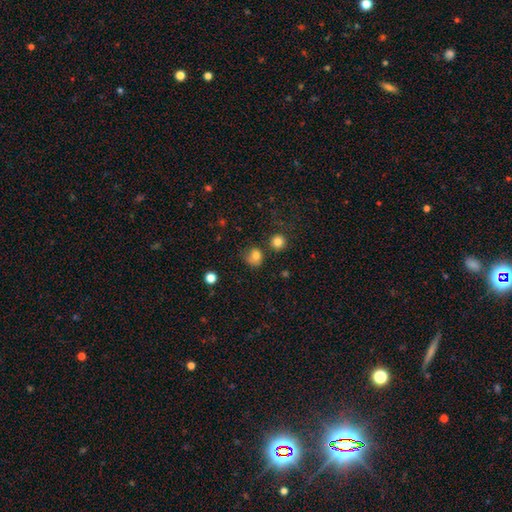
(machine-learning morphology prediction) Smooth or featured?
  - smooth: 79% *
  - star or artifact: 13%
  - featured or disk: 8%
How rounded?
  - round: 77% *
  - in between: 22%
  - cigar-shaped: 1%
Merging?
  - none: 59% *
  - minor disturbance: 22%
  - major disturbance: 10%
  - merger: 9%